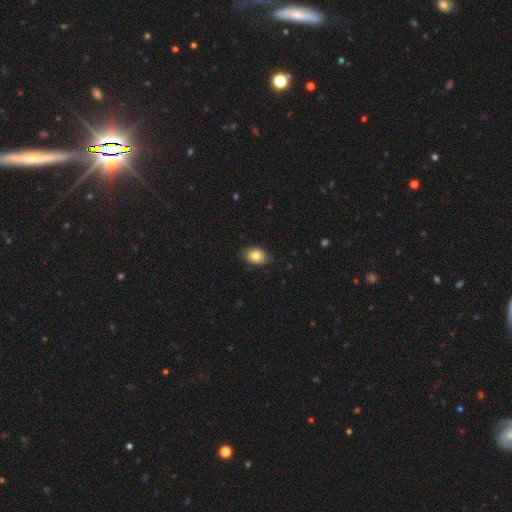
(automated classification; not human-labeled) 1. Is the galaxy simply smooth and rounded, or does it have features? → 79% smooth, 13% featured or disk, 8% star or artifact.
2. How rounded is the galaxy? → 77% in between, 22% round, 1% cigar-shaped.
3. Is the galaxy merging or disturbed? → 82% none, 15% minor disturbance, 2% major disturbance, 1% merger.